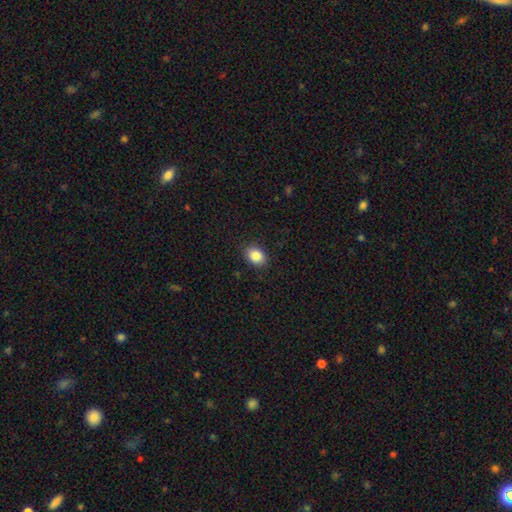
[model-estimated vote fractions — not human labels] This is clearly a smooth galaxy (87%). How rounded: likely in between (63%). Merging: clearly none (89%).